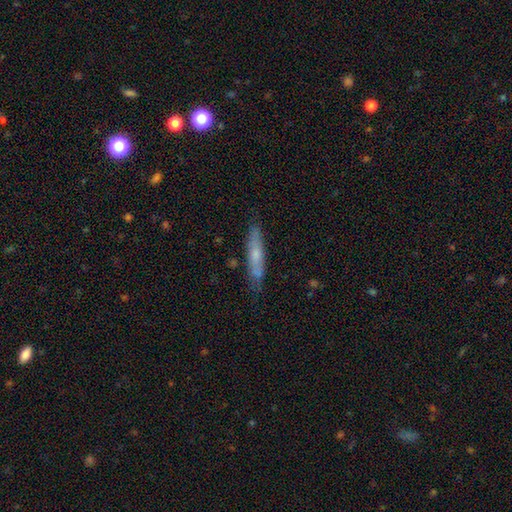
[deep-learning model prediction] Smooth or featured?
  - smooth: 51% *
  - featured or disk: 43%
  - star or artifact: 7%
How rounded?
  - cigar-shaped: 89% *
  - in between: 9%
  - round: 2%
Merging?
  - none: 79% *
  - minor disturbance: 16%
  - major disturbance: 3%
  - merger: 2%